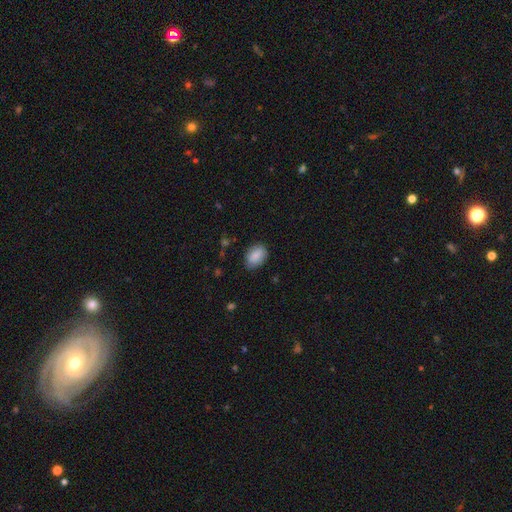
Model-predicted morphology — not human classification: Overall: smooth (85%). How rounded: in between (79%). Merging: none (76%).